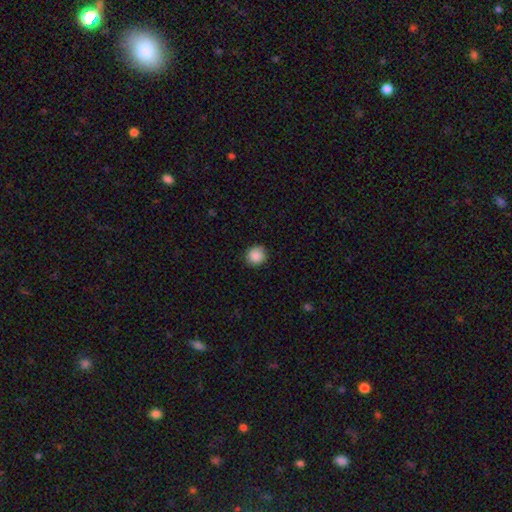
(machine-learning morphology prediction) This is clearly a smooth galaxy (88%). How rounded: clearly round (90%). Merging: clearly none (89%).